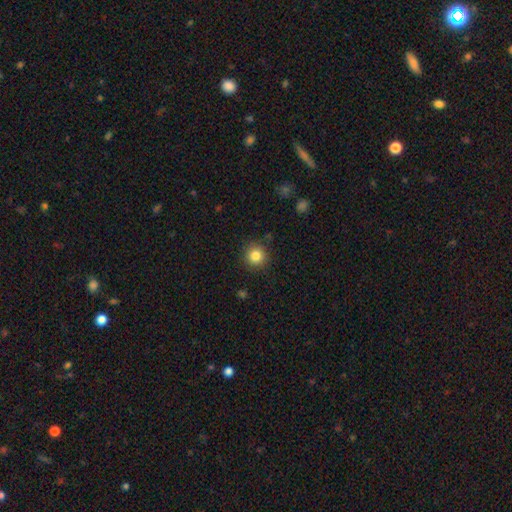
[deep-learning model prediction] Smooth or featured? smooth (83%)
How rounded? round (94%)
Merging? none (89%)